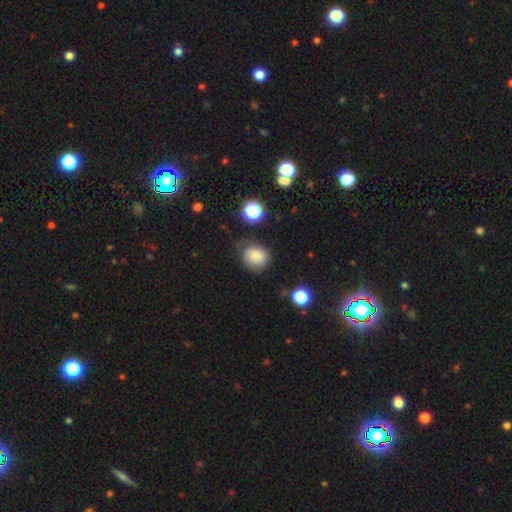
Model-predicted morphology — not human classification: This is clearly a smooth galaxy (81%). How rounded: likely round (72%). Merging: likely none (68%).